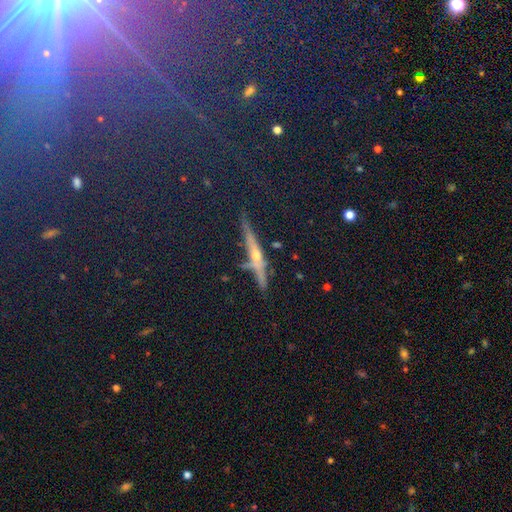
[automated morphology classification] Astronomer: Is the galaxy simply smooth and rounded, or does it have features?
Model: featured or disk — 44% (runner-up: star or artifact, 30%).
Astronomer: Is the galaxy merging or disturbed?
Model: none — 69%.